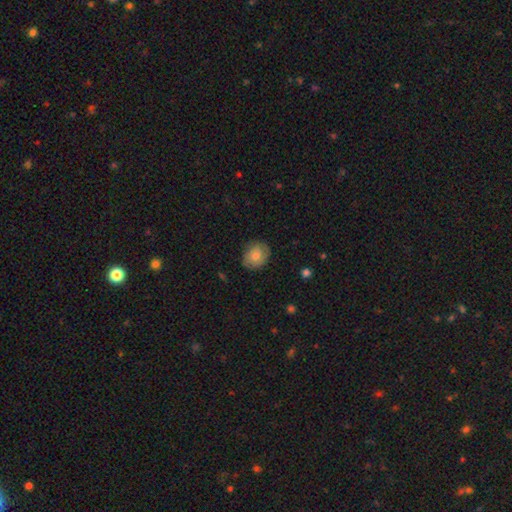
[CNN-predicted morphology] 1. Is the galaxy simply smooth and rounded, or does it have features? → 72% smooth, 21% featured or disk, 7% star or artifact.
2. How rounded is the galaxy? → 59% round, 40% in between, 1% cigar-shaped.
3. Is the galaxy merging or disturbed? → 80% none, 16% minor disturbance, 3% major disturbance, 1% merger.